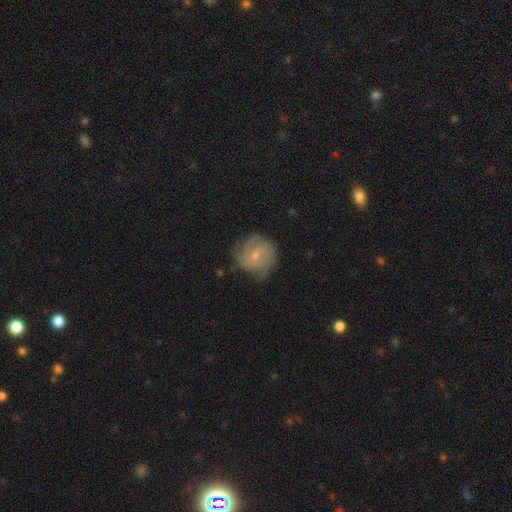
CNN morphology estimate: A featured or disk galaxy (78%) with no bar (63%), 3 (34%) tight (62%) spiral arms (94%) and a small central bulge (60%).

Vote fractions:
- Smooth or featured? featured or disk: 78% / smooth: 16% / star or artifact: 6%
- Edge-on disk? no: 97% / yes: 3%
- Bar? no: 63% / weak: 31% / strong: 5%
- Spiral arms? yes: 94% / no: 6%
- Spiral winding? tight: 62% / medium: 30% / loose: 8%
- Spiral arm count? 3: 34% / can't tell: 24% / 2: 18% / 4: 13% / 1: 5% / more than 4: 5%
- Bulge size? small: 60% / moderate: 36% / none: 1% / large: 1% / dominant: 1%
- Merging? none: 71% / minor disturbance: 21% / major disturbance: 7% / merger: 1%